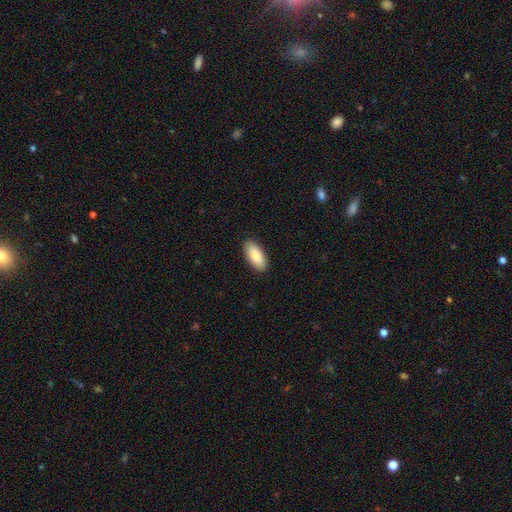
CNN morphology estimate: Smooth or featured: smooth — 84% (featured or disk — 10%)
How rounded: in between — 87% (cigar-shaped — 11%)
Merging: none — 90% (minor disturbance — 7%)